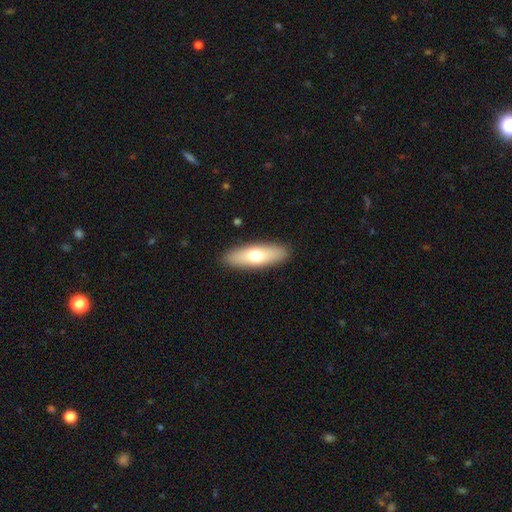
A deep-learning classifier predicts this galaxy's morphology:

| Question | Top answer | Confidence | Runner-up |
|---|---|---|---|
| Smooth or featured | smooth | 65% | featured or disk (29%) |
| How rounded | in between | 55% | cigar-shaped (42%) |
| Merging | none | 89% | minor disturbance (8%) |